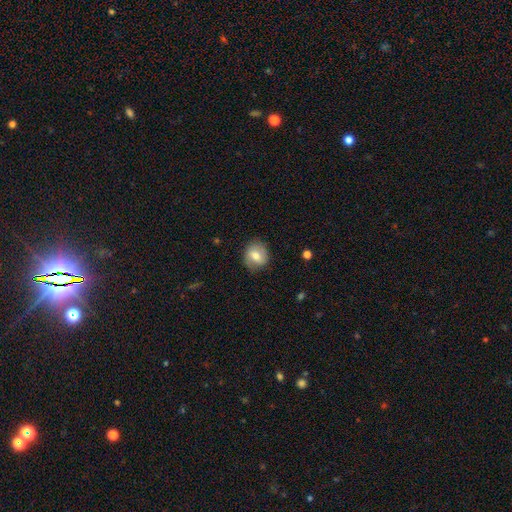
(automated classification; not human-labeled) Morphology: type=smooth (66%); roundness=round (70%); merging=none (79%).